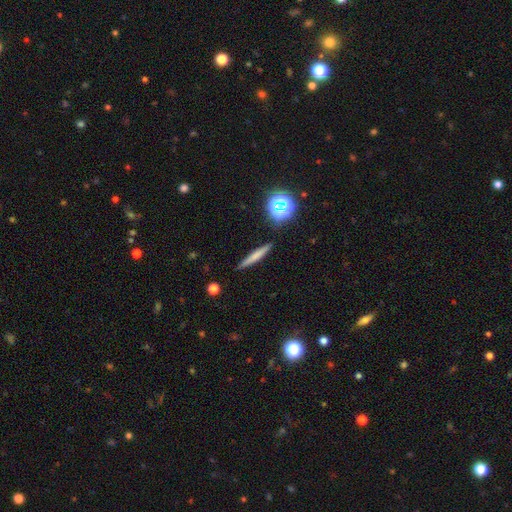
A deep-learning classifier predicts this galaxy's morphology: smooth-or-featured: smooth: 62% | featured or disk: 27% | star or artifact: 11%
  how-rounded: cigar-shaped: 92% | in between: 5% | round: 3%
  merging: none: 89% | minor disturbance: 8% | major disturbance: 2% | merger: 2%